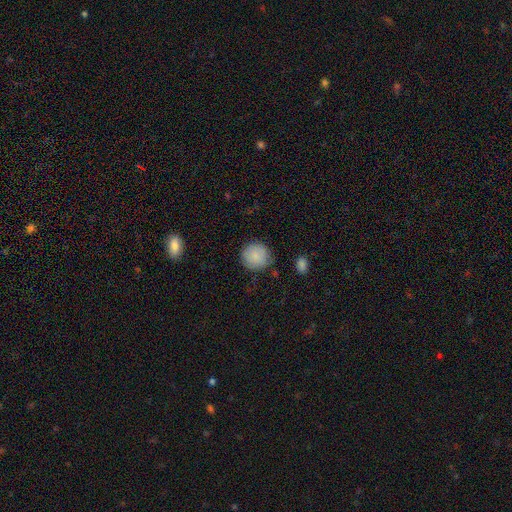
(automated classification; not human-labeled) Q: Smooth or featured?
A: smooth (86%); runner-up: star or artifact (7%)
Q: How rounded?
A: round (93%); runner-up: in between (6%)
Q: Merging?
A: none (83%); runner-up: minor disturbance (12%)